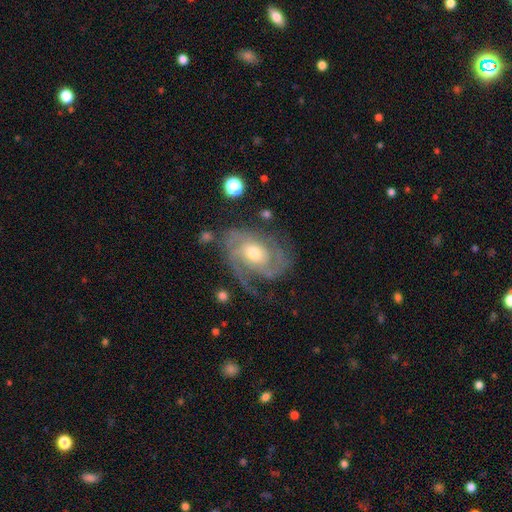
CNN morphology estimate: Smooth or featured? Predicted: featured or disk (p=0.89). Edge-on disk? Predicted: no (p=0.97). Bar? Predicted: no (p=0.66). Spiral arms? Predicted: yes (p=0.97). Spiral winding? Predicted: tight (p=0.59). Spiral arm count? Predicted: 2 (p=0.46). Bulge size? Predicted: moderate (p=0.65). Merging? Predicted: none (p=0.67).